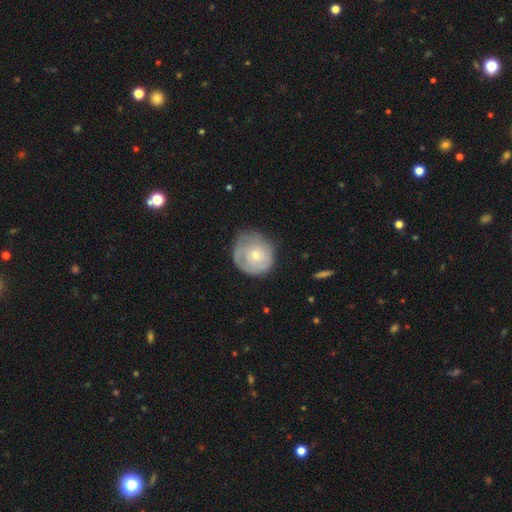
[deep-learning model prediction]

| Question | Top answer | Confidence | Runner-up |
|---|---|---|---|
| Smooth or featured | featured or disk | 52% | smooth (42%) |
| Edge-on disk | no | 97% | yes (3%) |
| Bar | no | 83% | weak (15%) |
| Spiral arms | yes | 67% | no (33%) |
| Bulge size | small | 56% | moderate (40%) |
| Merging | none | 63% | minor disturbance (25%) |